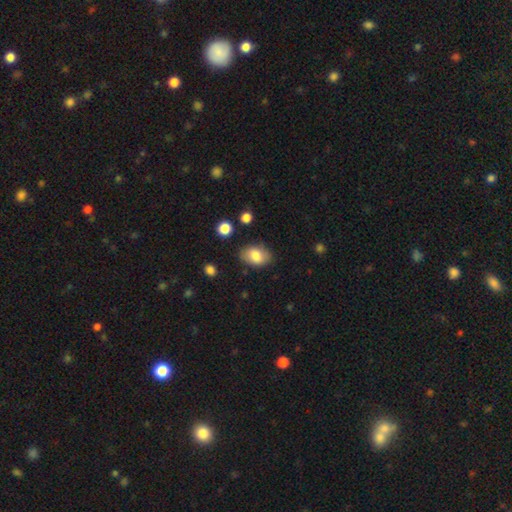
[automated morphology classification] This is likely a smooth galaxy (80%). How rounded: clearly in between (83%). Merging: likely none (80%).